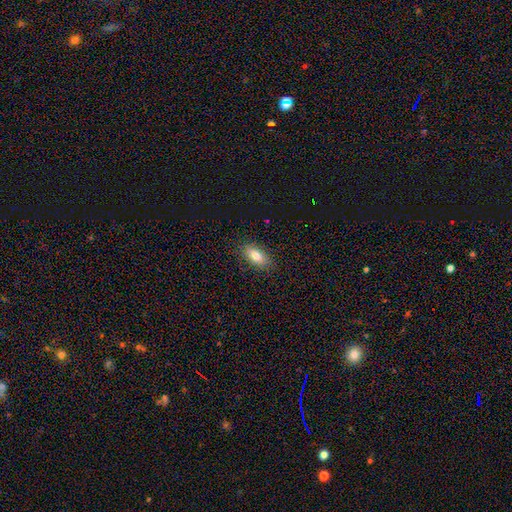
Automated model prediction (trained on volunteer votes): A smooth galaxy with no disk features (82%) that is in between round and cigar-shaped (89%).

Vote fractions:
- Smooth or featured? smooth: 82% / featured or disk: 11% / star or artifact: 8%
- How rounded? in between: 89% / cigar-shaped: 6% / round: 5%
- Merging? none: 85% / minor disturbance: 11% / major disturbance: 3% / merger: 1%